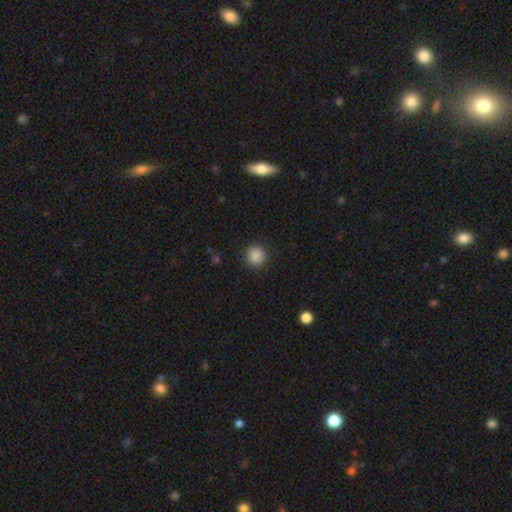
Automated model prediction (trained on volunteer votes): Overall: smooth (88%). How rounded: round (93%). Merging: none (90%).